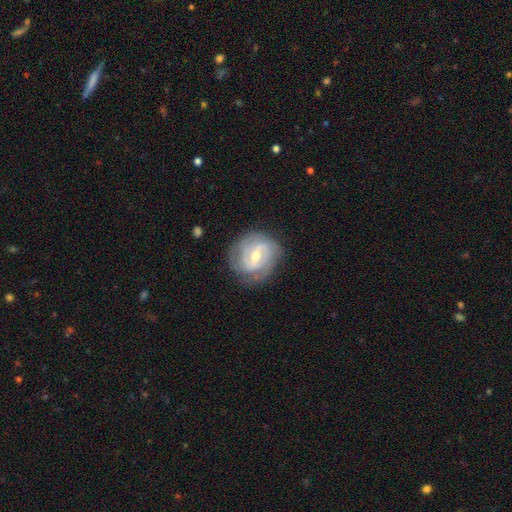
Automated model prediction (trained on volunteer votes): A featured or disk galaxy (83%) with a weak bar (52%), 2 (49%) tight (56%) spiral arms (94%) and a moderate central bulge (55%). Merging: none (78%).